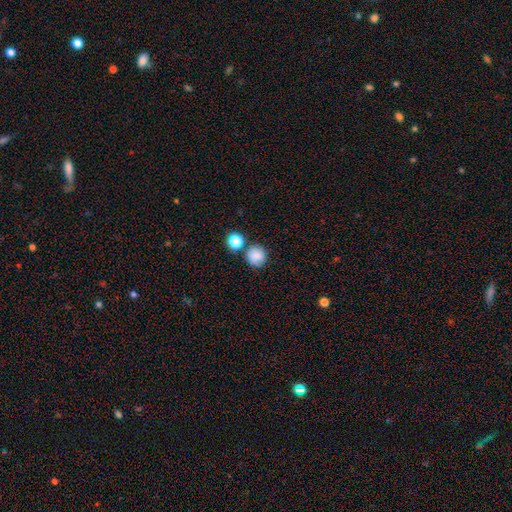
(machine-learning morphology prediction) type=smooth (83%); roundness=round (90%); merging=none (73%).